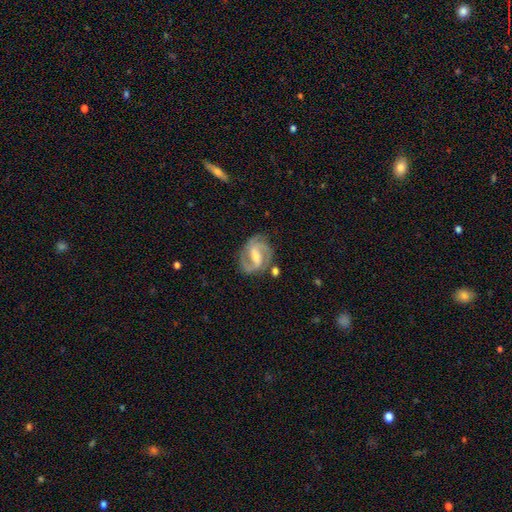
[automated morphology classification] A featured or disk galaxy (87%) with a weak bar (46%), 2 (75%) medium (52%) spiral arms (97%) and a moderate central bulge (47%). Merging: none (72%).